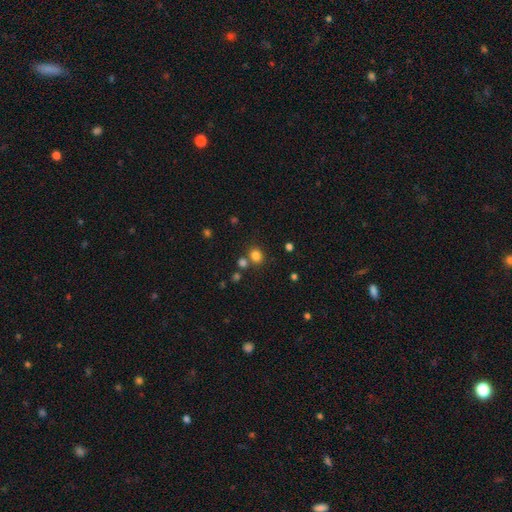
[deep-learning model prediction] Smooth or featured: smooth — 81% (star or artifact — 14%)
How rounded: round — 64% (in between — 35%)
Merging: none — 69% (merger — 17%)